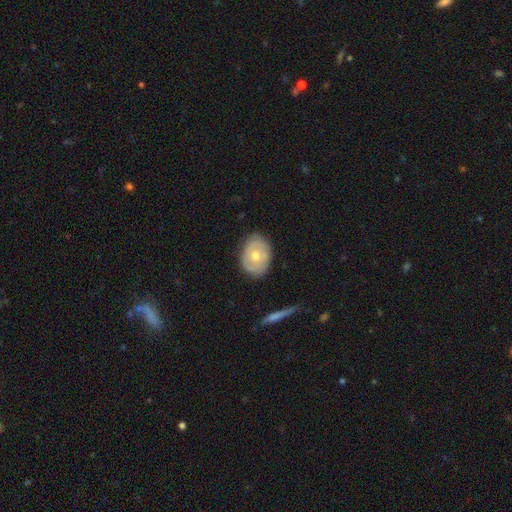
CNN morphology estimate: The model was most divided on "smooth or featured": featured or disk: 49%, smooth: 45%, star or artifact: 6%. More confident: merging — none (80%).